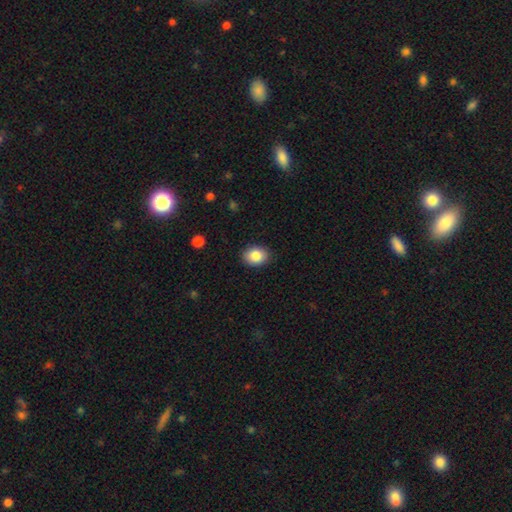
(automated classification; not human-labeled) Smooth or featured?
  - smooth: 86% *
  - star or artifact: 8%
  - featured or disk: 6%
How rounded?
  - in between: 60% *
  - round: 39%
  - cigar-shaped: 1%
Merging?
  - none: 88% *
  - minor disturbance: 9%
  - major disturbance: 2%
  - merger: 1%